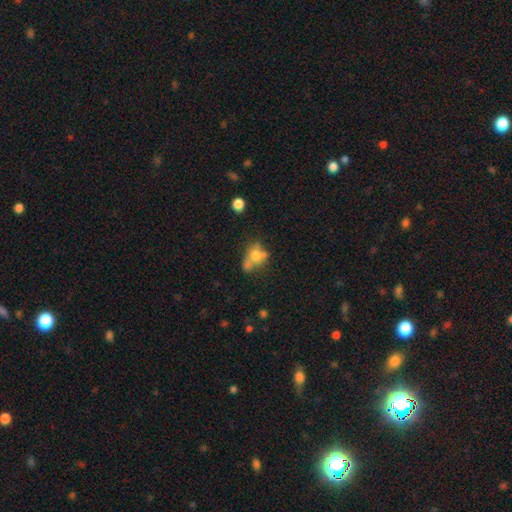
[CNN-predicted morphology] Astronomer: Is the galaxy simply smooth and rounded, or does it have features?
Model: smooth — 58%.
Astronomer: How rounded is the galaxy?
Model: round — 49% (runner-up: in between, 48%).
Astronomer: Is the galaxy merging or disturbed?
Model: merger — 36% (runner-up: none, 34%).